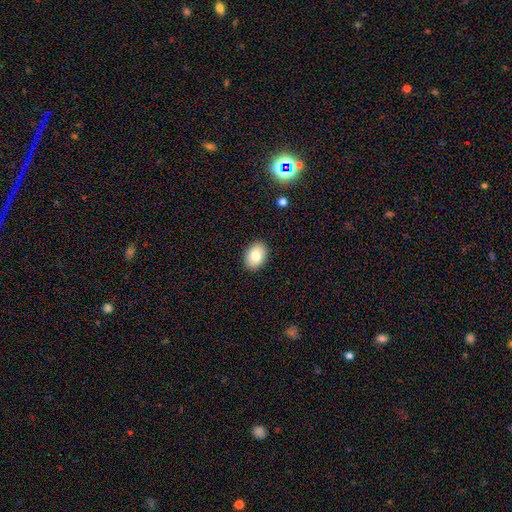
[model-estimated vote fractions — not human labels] A smooth galaxy with no disk features (83%) that is in between round and cigar-shaped (80%).

Vote fractions:
- Smooth or featured? smooth: 83% / featured or disk: 9% / star or artifact: 7%
- How rounded? in between: 80% / round: 19% / cigar-shaped: 1%
- Merging? none: 90% / minor disturbance: 8% / major disturbance: 2% / merger: 1%